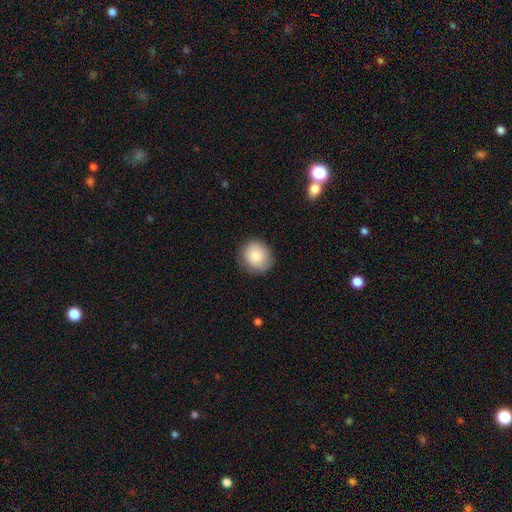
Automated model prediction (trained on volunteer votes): smooth 84%, featured or disk 9%, star or artifact 7%. Down the decision tree: how rounded — round (80%); merging — none (82%).